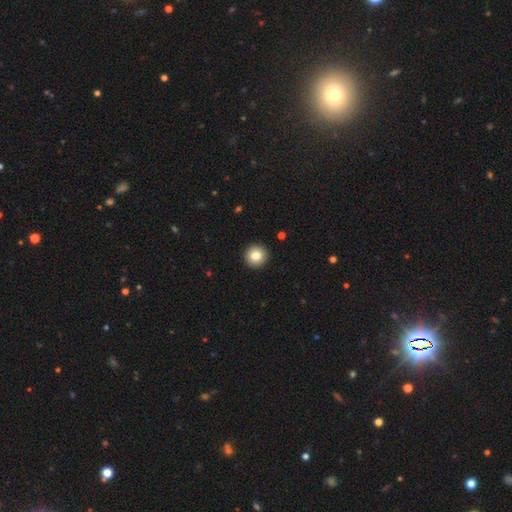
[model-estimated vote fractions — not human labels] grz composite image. It shows a smooth galaxy with no disk features (83%) that is round (96%). Merging: none (94%).